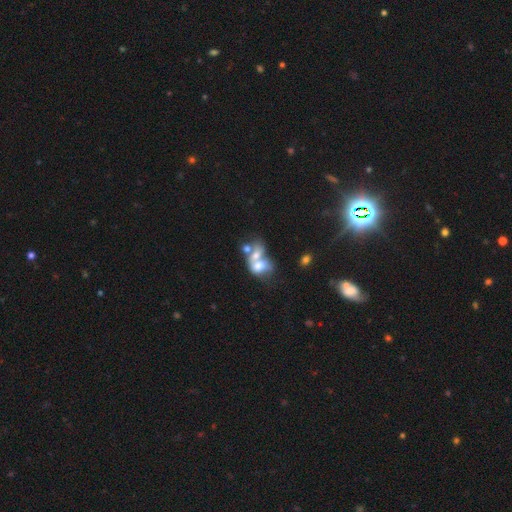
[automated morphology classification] Overall: smooth (51%; featured or disk 38%). How rounded: in between (70%). Merging: merger (72%).